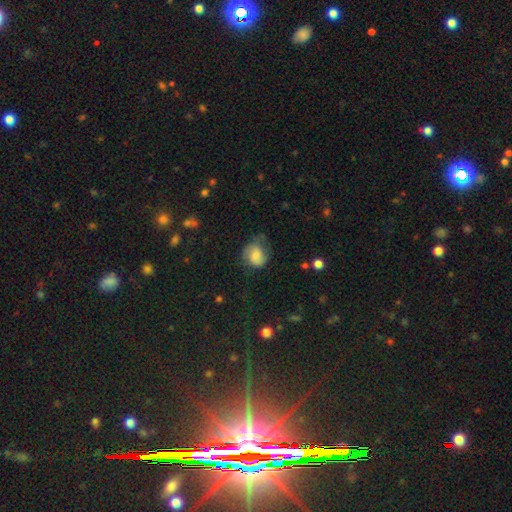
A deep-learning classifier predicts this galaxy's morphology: type=smooth (70%); roundness=round (58%); merging=none (44%).